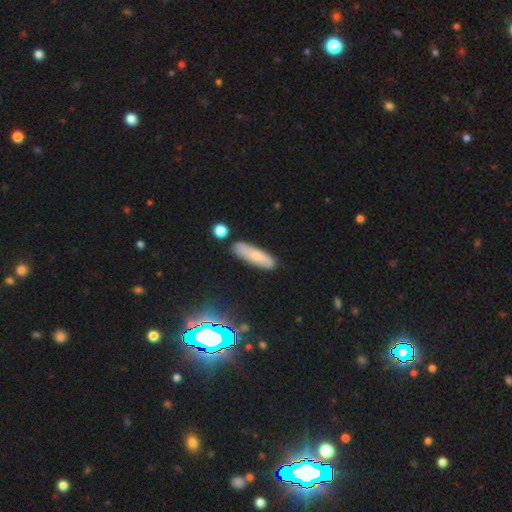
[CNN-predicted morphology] A smooth galaxy with no disk features (69%) that is cigar-shaped (66%). Merging: none (81%).